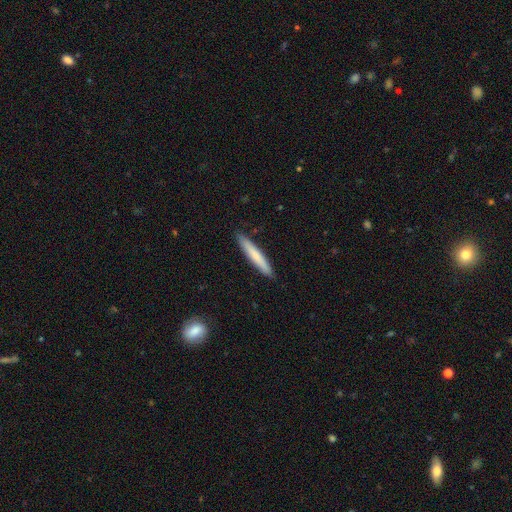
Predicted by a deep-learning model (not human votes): Smooth or featured: smooth — 72% (featured or disk — 23%)
How rounded: cigar-shaped — 95% (in between — 4%)
Merging: none — 91% (minor disturbance — 7%)